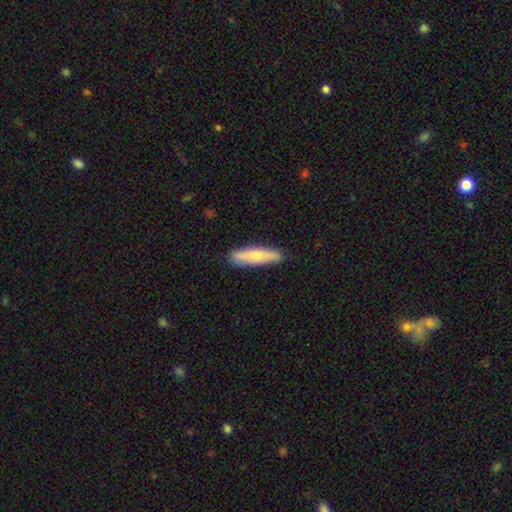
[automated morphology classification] Q: Smooth or featured?
A: smooth (60%); runner-up: featured or disk (34%)
Q: How rounded?
A: cigar-shaped (76%); runner-up: in between (22%)
Q: Merging?
A: none (86%); runner-up: minor disturbance (10%)